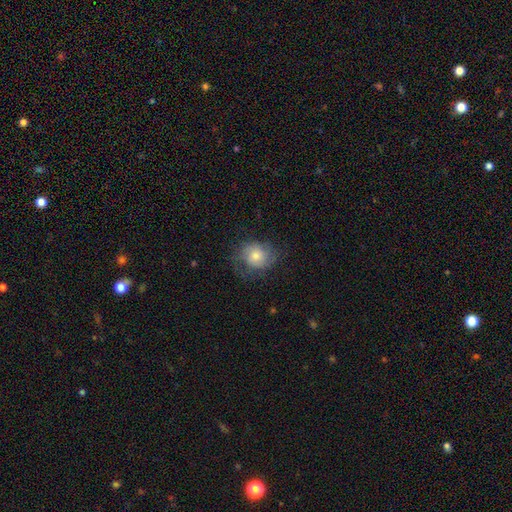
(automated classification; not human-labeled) Morphology: type=smooth (53%); roundness=round (73%); merging=none (64%).